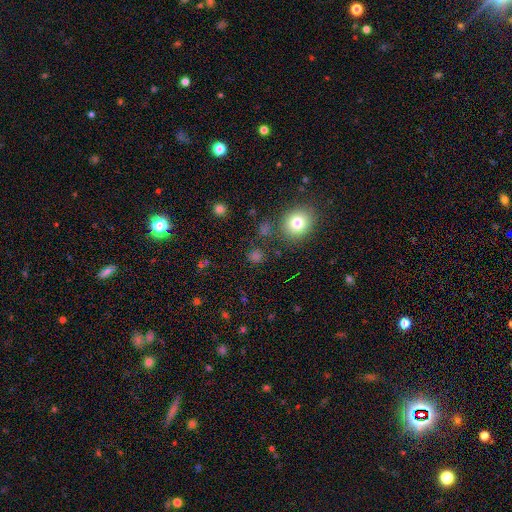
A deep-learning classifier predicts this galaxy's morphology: Q: Smooth or featured?
A: smooth (71%); runner-up: star or artifact (23%)
Q: How rounded?
A: round (83%); runner-up: in between (15%)
Q: Merging?
A: none (84%); runner-up: minor disturbance (8%)